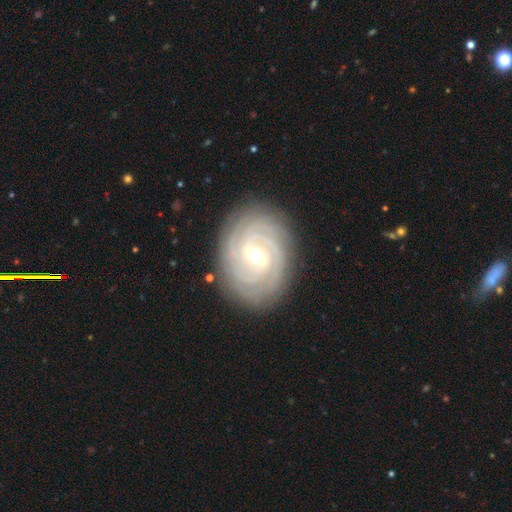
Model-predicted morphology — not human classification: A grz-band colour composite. It shows a featured or disk galaxy (89%) with a weak bar (49%), 4 (24%) tight (84%) spiral arms (98%) and a moderate central bulge (68%). Merging: none (85%).